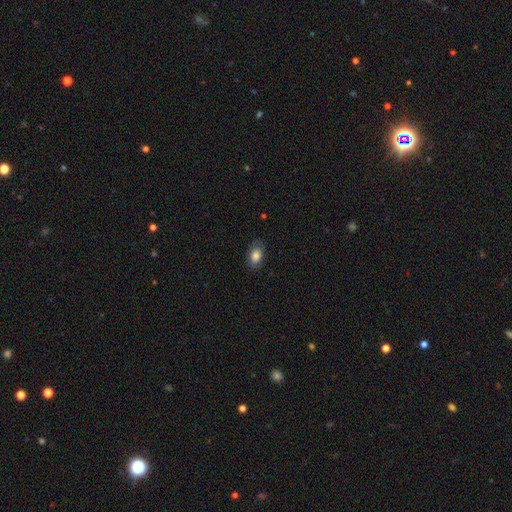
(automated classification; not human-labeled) This appears to be a smooth galaxy with no disk features (83%) that is in between round and cigar-shaped (85%). Merging: none (80%).